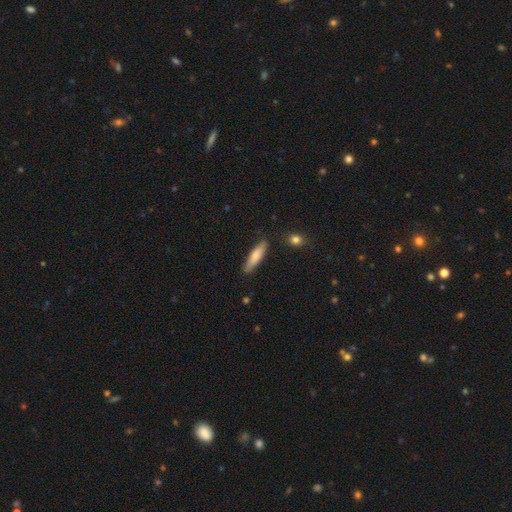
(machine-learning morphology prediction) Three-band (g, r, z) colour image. It shows a smooth galaxy with no disk features (76%) that is cigar-shaped (77%). Merging: none (85%).